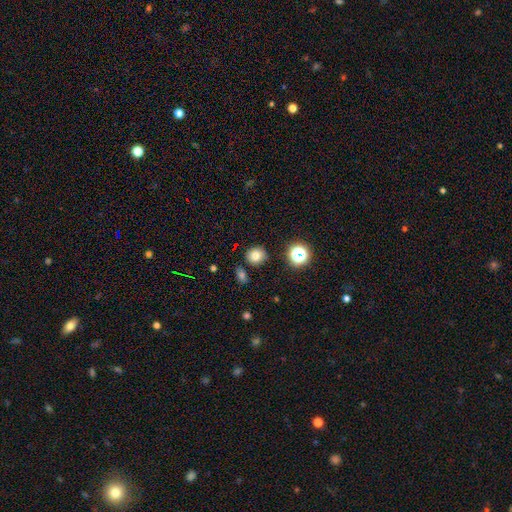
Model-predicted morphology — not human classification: Smooth or featured: smooth — 77% (star or artifact — 15%)
How rounded: round — 80% (in between — 19%)
Merging: none — 83% (minor disturbance — 9%)